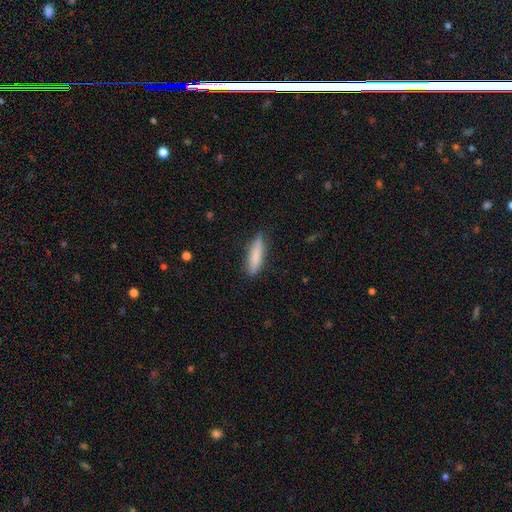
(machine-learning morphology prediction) This is likely a smooth galaxy (79%). How rounded: likely cigar-shaped (76%). Merging: clearly none (82%).